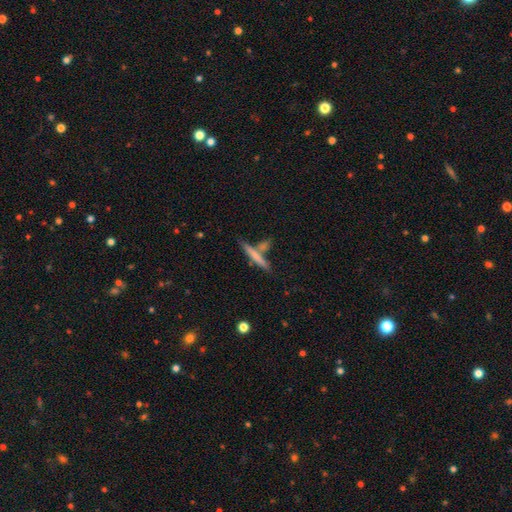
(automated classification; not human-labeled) smooth-or-featured: smooth: 63% | featured or disk: 31% | star or artifact: 6%
  how-rounded: cigar-shaped: 92% | in between: 6% | round: 2%
  merging: none: 65% | merger: 21% | minor disturbance: 11% | major disturbance: 3%